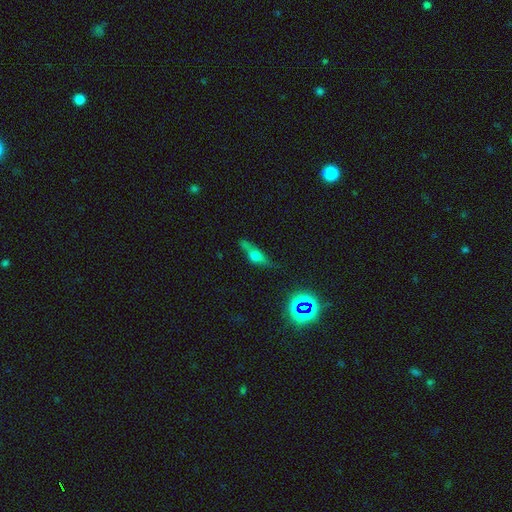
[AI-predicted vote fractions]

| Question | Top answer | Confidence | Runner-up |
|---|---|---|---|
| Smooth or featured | featured or disk | 50% | smooth (33%) |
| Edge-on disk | yes | 83% | no (17%) |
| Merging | none | 61% | minor disturbance (22%) |